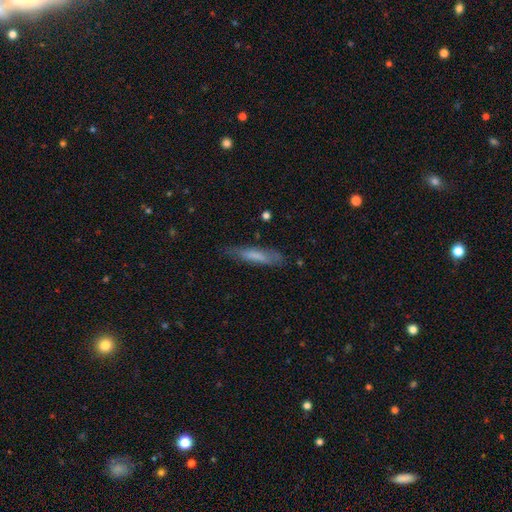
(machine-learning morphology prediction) Smooth or featured? smooth (66%)
How rounded? cigar-shaped (83%)
Merging? none (73%)